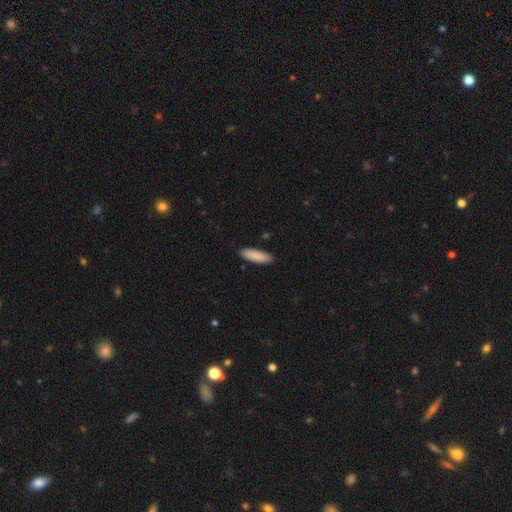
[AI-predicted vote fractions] A smooth galaxy with no disk features (89%) that is cigar-shaped (51%). Merging: none (89%).